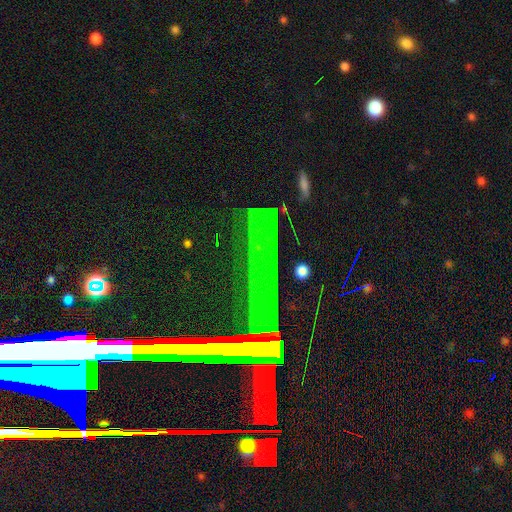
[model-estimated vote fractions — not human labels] smooth-or-featured: star or artifact: 67% | featured or disk: 22% | smooth: 10%